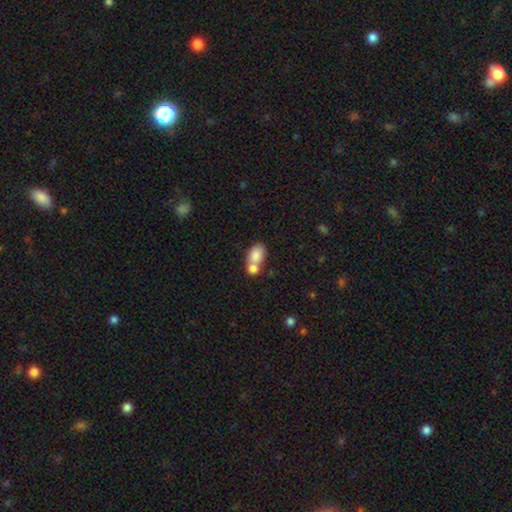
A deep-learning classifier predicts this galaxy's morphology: Smooth or featured: smooth — 81% (featured or disk — 11%)
How rounded: in between — 80% (round — 18%)
Merging: merger — 57% (none — 30%)